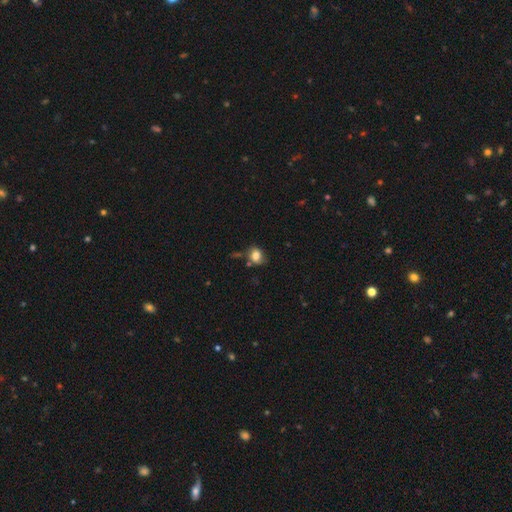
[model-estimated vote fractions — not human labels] smooth-or-featured: smooth: 77% | featured or disk: 12% | star or artifact: 11%
  how-rounded: in between: 54% | round: 44% | cigar-shaped: 1%
  merging: none: 56% | minor disturbance: 25% | merger: 10% | major disturbance: 8%